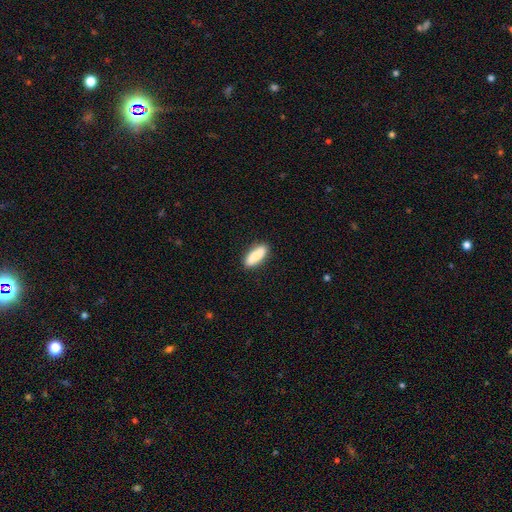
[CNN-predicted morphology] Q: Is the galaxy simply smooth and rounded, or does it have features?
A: smooth — 87%.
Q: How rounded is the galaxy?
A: in between — 59%.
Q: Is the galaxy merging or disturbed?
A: none — 88%.